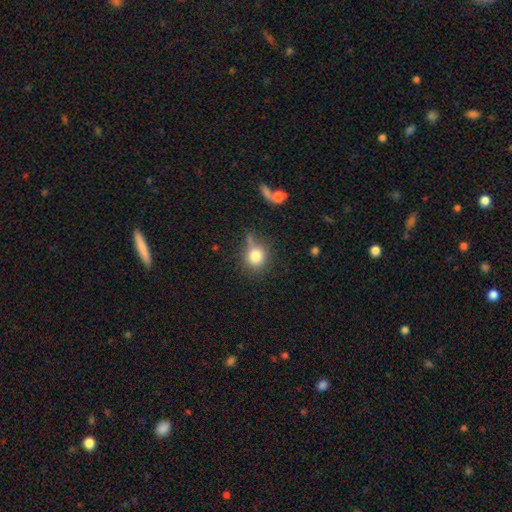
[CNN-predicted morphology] This is clearly a smooth galaxy (80%). How rounded: likely round (78%). Merging: possibly none (56%).